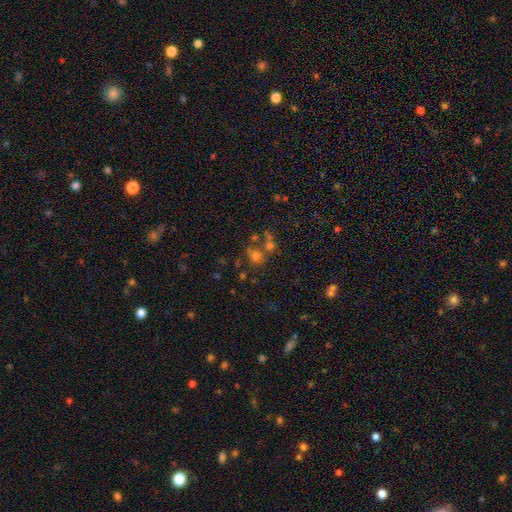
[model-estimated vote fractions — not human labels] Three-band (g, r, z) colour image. It shows a smooth galaxy with no disk features (61%) that is round (79%). Merging: none (53%).